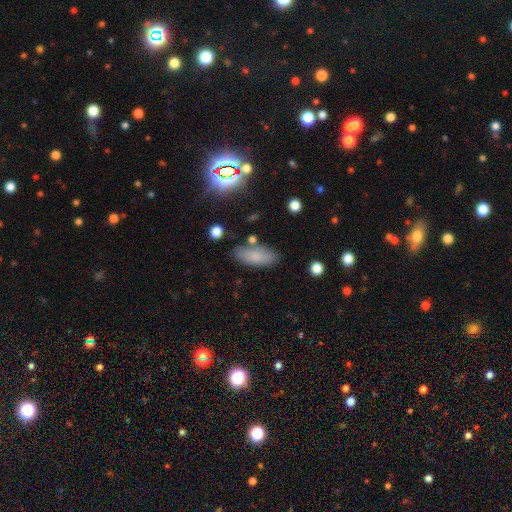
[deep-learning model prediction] smooth_or_featured: smooth (p=0.78) [alt: featured or disk p=0.12]
how_rounded: in between (p=0.79) [alt: cigar-shaped p=0.18]
merging: none (p=0.76) [alt: minor disturbance p=0.15]